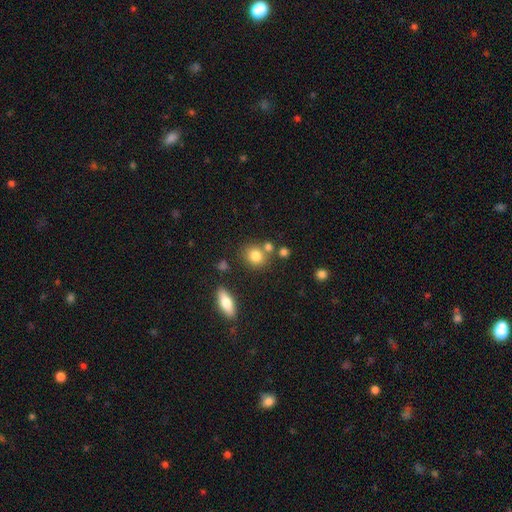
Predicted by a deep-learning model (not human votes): smooth-or-featured: smooth: 80% | star or artifact: 11% | featured or disk: 9%
  how-rounded: round: 71% | in between: 28% | cigar-shaped: 2%
  merging: none: 67% | merger: 17% | minor disturbance: 11% | major disturbance: 4%